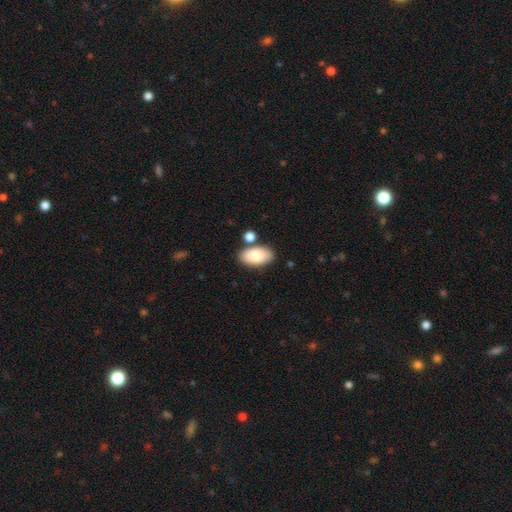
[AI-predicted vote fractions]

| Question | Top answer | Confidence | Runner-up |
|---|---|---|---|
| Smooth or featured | smooth | 84% | featured or disk (10%) |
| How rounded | in between | 94% | round (3%) |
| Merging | none | 75% | merger (11%) |